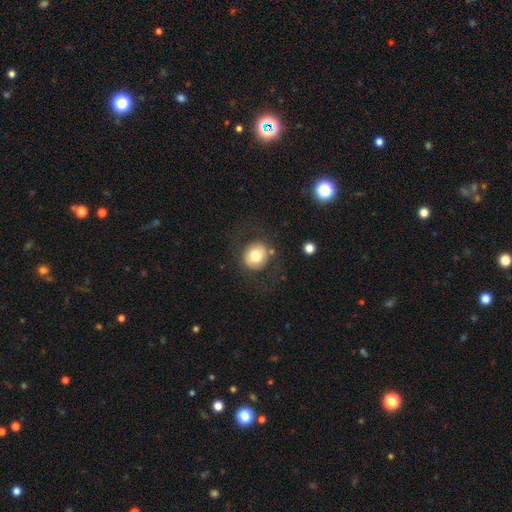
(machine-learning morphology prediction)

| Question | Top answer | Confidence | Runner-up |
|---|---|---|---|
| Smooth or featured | smooth | 71% | featured or disk (21%) |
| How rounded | round | 83% | in between (16%) |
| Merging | none | 77% | minor disturbance (12%) |